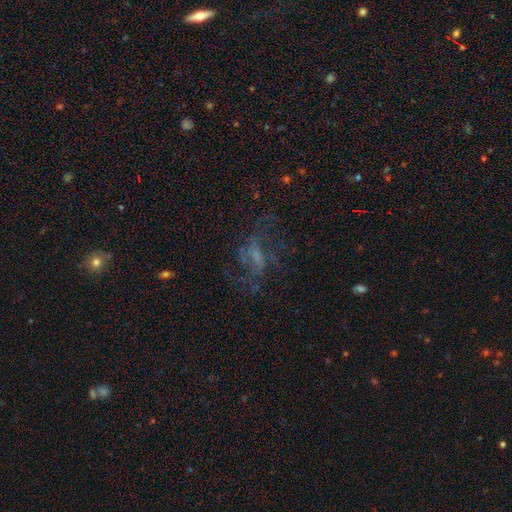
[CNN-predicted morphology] Smooth or featured? featured or disk (55%)
Edge-on disk? no (95%)
Bar? no (52%)
Spiral arms? yes (54%)
Bulge size? none (45%)
Merging? none (45%)